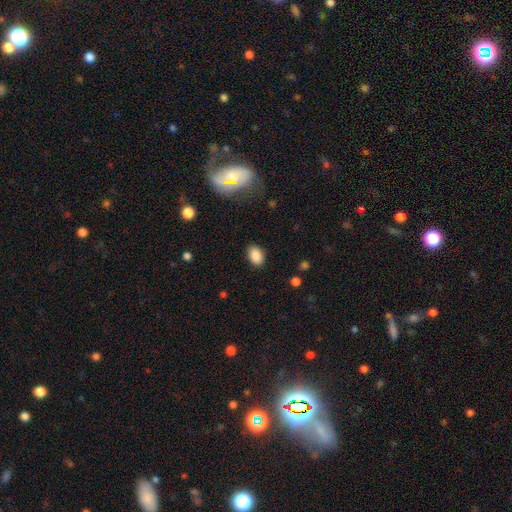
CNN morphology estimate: This is clearly a smooth galaxy (87%). How rounded: clearly in between (86%). Merging: clearly none (87%).